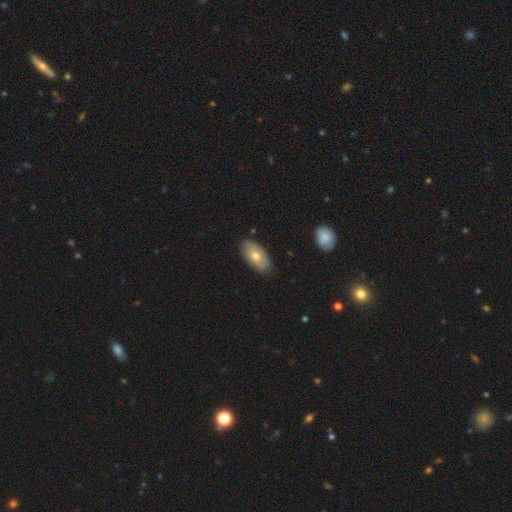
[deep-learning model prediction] smooth 67%, featured or disk 26%, star or artifact 7%. Down the decision tree: how rounded — in between (93%); merging — none (83%).